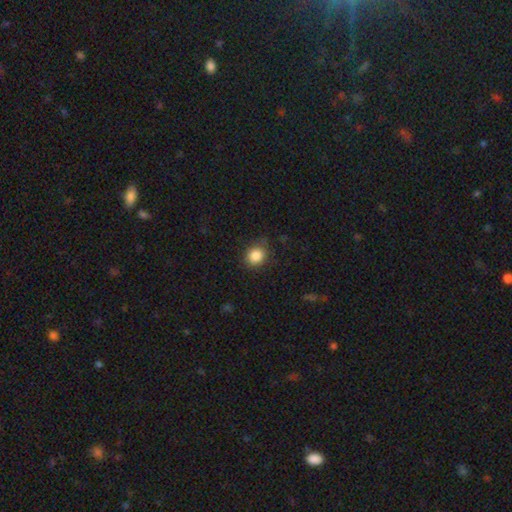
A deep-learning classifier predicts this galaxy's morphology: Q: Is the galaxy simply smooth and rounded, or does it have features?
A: smooth — 86%.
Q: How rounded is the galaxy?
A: round — 73%.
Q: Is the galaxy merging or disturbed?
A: none — 80%.